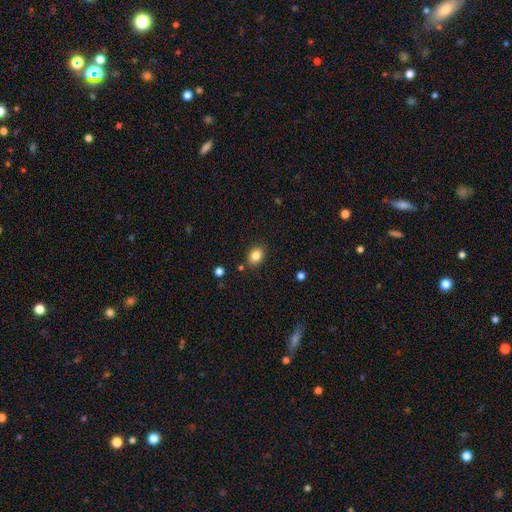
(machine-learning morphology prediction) Smooth or featured? smooth (84%)
How rounded? in between (55%)
Merging? none (85%)